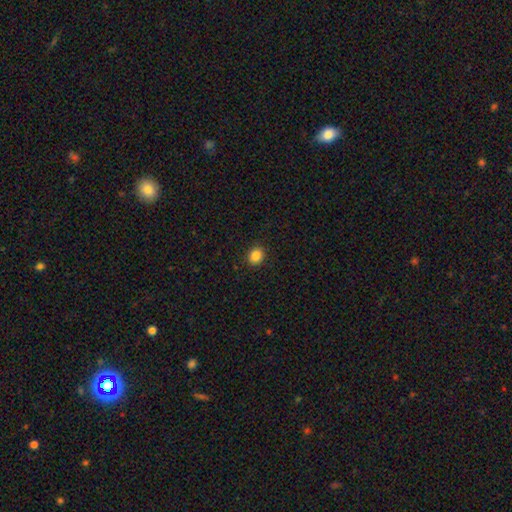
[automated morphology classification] smooth-or-featured: smooth: 86% | star or artifact: 10% | featured or disk: 4%
  how-rounded: round: 63% | in between: 36% | cigar-shaped: 1%
  merging: none: 91% | minor disturbance: 6% | major disturbance: 2% | merger: 1%